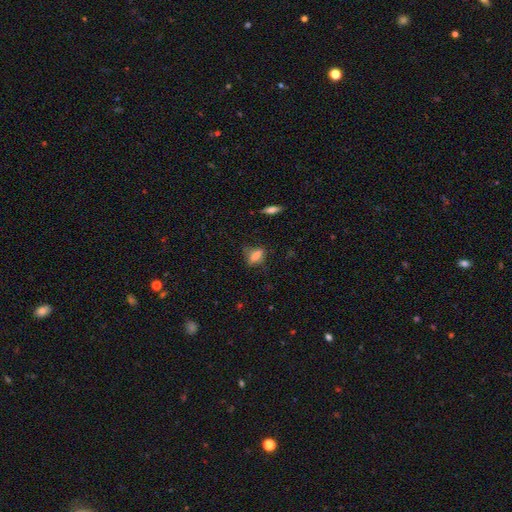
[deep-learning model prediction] smooth_or_featured: smooth (p=0.74) [alt: featured or disk p=0.15]
how_rounded: in between (p=0.70) [alt: cigar-shaped p=0.20]
merging: none (p=0.61) [alt: minor disturbance p=0.26]